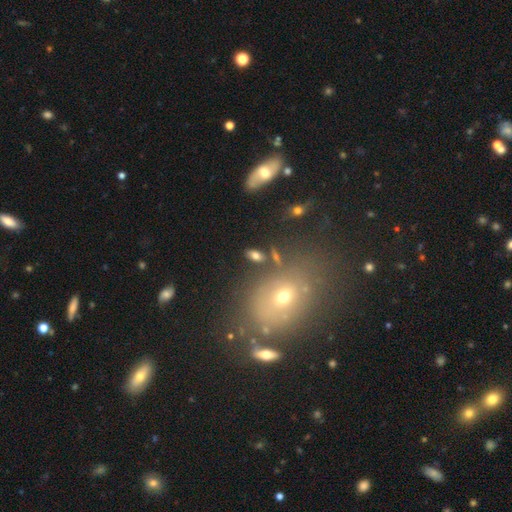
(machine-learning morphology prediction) Smooth or featured? Predicted: smooth (p=0.69). How rounded? Predicted: in between (p=0.82). Merging? Predicted: none (p=0.79).